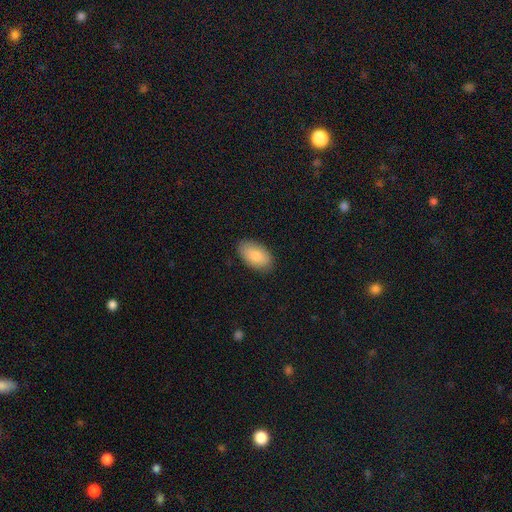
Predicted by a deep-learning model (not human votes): Overall: smooth (86%). How rounded: in between (95%). Merging: none (86%).